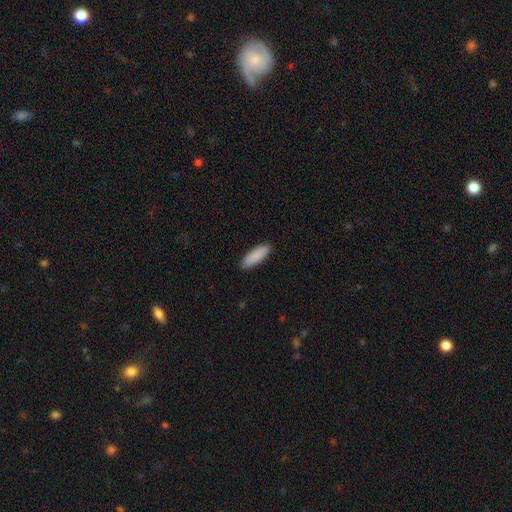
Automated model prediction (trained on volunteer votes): Smooth or featured?
  - smooth: 90% *
  - star or artifact: 5%
  - featured or disk: 5%
How rounded?
  - in between: 55% *
  - cigar-shaped: 44%
  - round: 2%
Merging?
  - none: 90% *
  - minor disturbance: 8%
  - major disturbance: 2%
  - merger: 1%